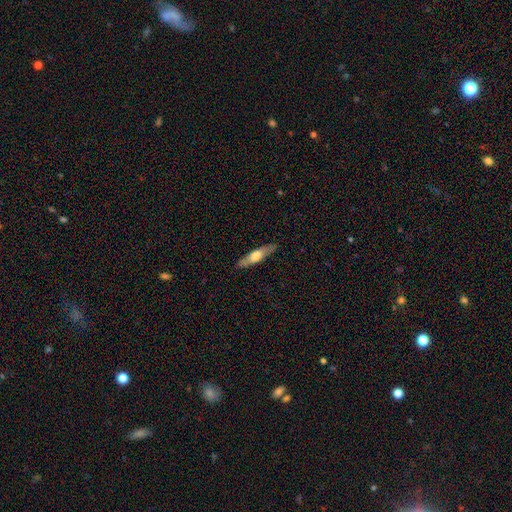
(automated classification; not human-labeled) Q: Smooth or featured?
A: smooth (49%); runner-up: featured or disk (45%)
Q: Merging?
A: none (88%); runner-up: minor disturbance (9%)